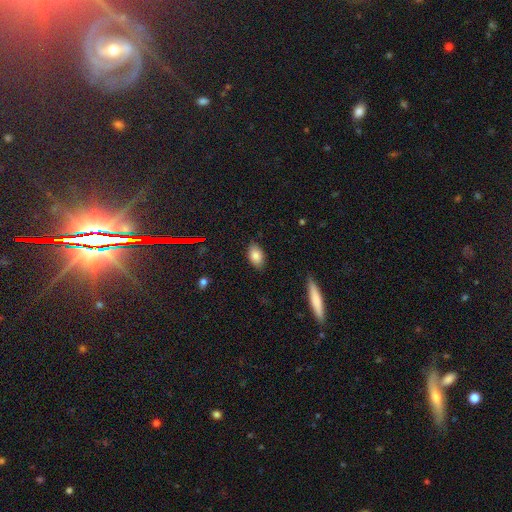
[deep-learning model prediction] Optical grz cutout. It shows a smooth galaxy with no disk features (84%) that is in between round and cigar-shaped (90%). Merging: none (85%).